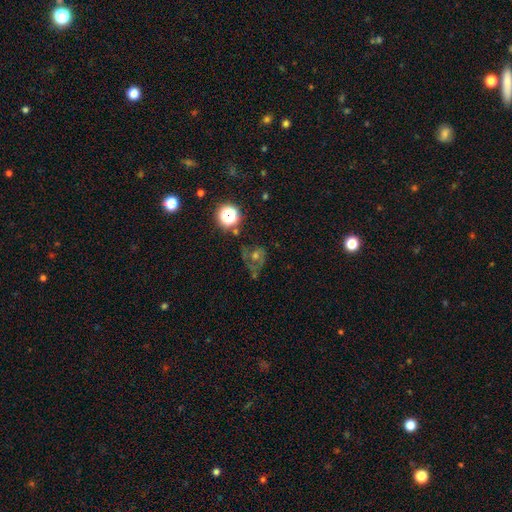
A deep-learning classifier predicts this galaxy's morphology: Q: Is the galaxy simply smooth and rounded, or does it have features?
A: featured or disk — 44%.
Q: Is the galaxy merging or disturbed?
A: none — 47%.